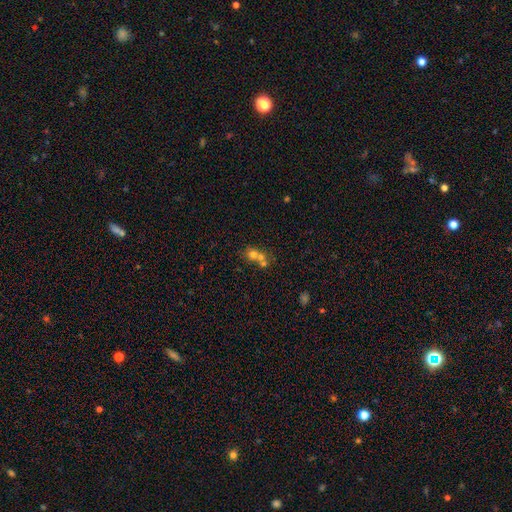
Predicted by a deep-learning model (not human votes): smooth 63%, featured or disk 20%, star or artifact 17%. Down the decision tree: how rounded — round (80%); merging — merger (57%).